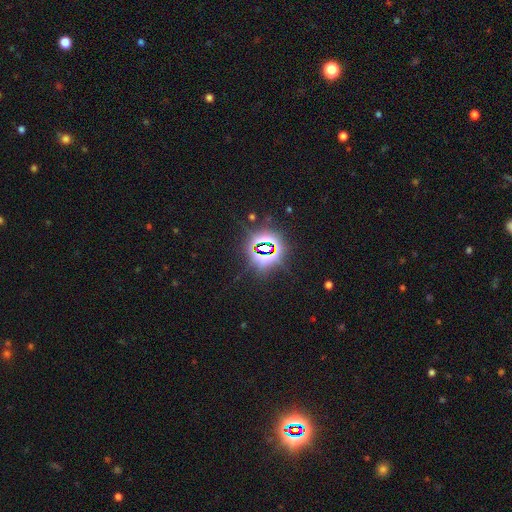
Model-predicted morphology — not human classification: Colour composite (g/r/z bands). It shows a star or artifact, not a galaxy (82%).